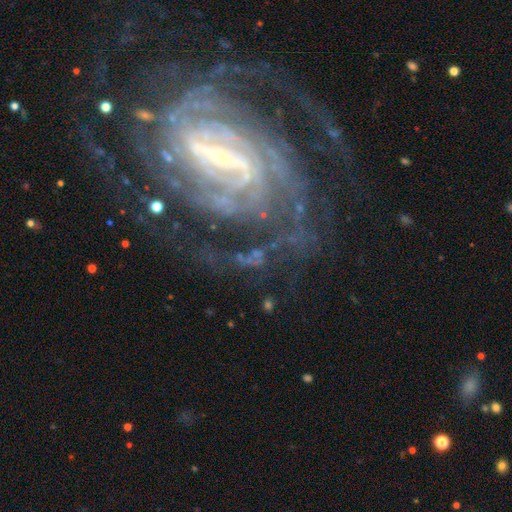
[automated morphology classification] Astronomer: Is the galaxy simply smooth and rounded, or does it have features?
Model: featured or disk — 89%.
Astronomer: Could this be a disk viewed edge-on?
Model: no — 96%.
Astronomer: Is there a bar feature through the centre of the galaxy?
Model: strong — 56% (runner-up: weak, 31%).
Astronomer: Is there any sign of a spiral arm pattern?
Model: yes — 96%.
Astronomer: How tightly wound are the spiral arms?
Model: tight — 58%.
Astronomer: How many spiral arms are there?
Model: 2 — 27% (runner-up: can't tell, 26%).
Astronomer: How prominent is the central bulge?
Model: small — 79%.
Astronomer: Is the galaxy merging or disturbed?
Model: none — 61%.